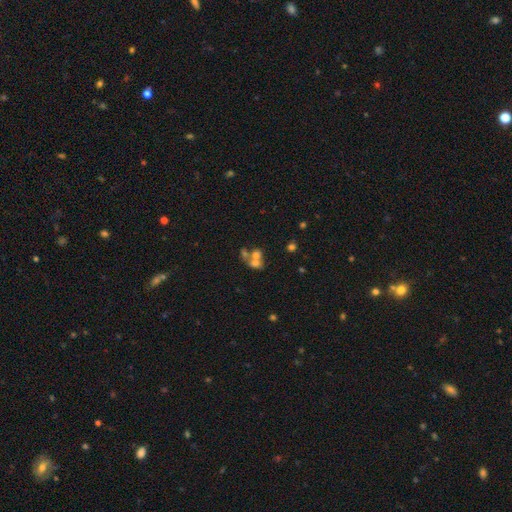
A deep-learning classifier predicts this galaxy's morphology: This appears to be a smooth galaxy with no disk features (53%) that is round (53%). Merging: merger (62%).